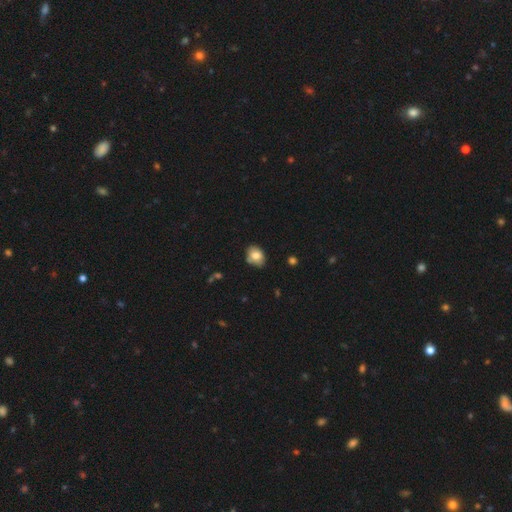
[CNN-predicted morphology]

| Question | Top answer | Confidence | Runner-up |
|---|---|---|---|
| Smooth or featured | smooth | 78% | featured or disk (13%) |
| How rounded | in between | 56% | round (43%) |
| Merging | none | 68% | minor disturbance (23%) |